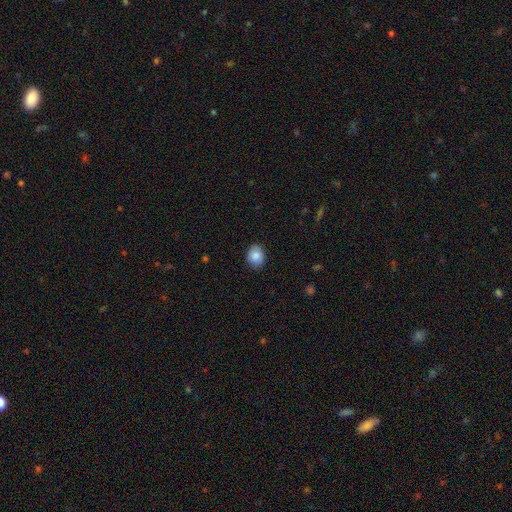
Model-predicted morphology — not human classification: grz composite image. It shows a smooth galaxy with no disk features (86%) that is in between round and cigar-shaped (52%). Merging: none (86%).